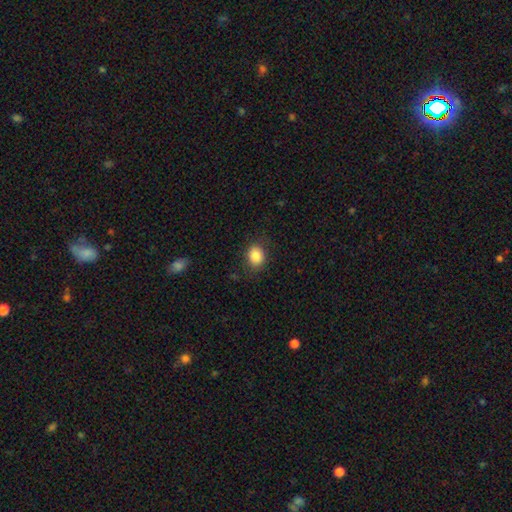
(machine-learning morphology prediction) A smooth galaxy with no disk features (85%) that is round (51%).

Vote fractions:
- Smooth or featured? smooth: 85% / star or artifact: 9% / featured or disk: 6%
- How rounded? round: 51% / in between: 49% / cigar-shaped: 1%
- Merging? none: 81% / minor disturbance: 14% / major disturbance: 4% / merger: 1%